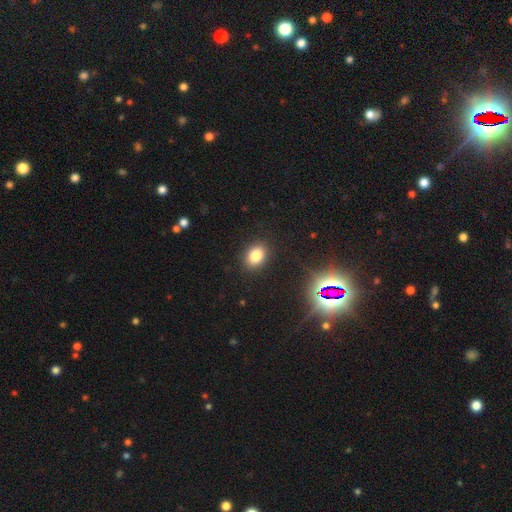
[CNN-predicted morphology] Q: Smooth or featured?
A: smooth (81%); runner-up: star or artifact (12%)
Q: How rounded?
A: in between (63%); runner-up: round (36%)
Q: Merging?
A: none (88%); runner-up: minor disturbance (8%)